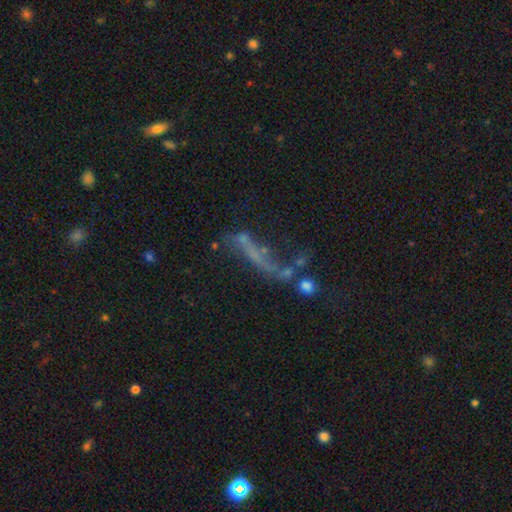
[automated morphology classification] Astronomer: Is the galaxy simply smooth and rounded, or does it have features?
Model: featured or disk — 52% (runner-up: smooth, 27%).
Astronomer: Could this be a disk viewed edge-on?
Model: no — 78%.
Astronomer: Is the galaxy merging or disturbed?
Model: major disturbance — 32% (runner-up: none, 29%).